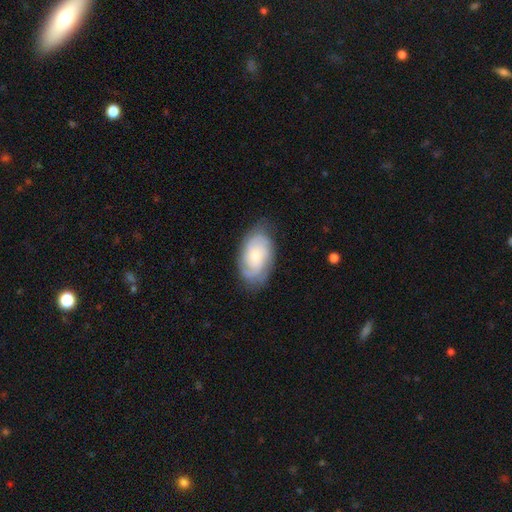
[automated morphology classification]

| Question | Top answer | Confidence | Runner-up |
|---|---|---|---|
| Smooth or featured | featured or disk | 71% | smooth (23%) |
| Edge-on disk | no | 96% | yes (4%) |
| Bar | no | 75% | weak (23%) |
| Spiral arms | yes | 93% | no (7%) |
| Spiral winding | tight | 63% | medium (29%) |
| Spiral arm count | can't tell | 37% | 2 (24%) |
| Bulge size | small | 49% | moderate (45%) |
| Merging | none | 75% | minor disturbance (19%) |